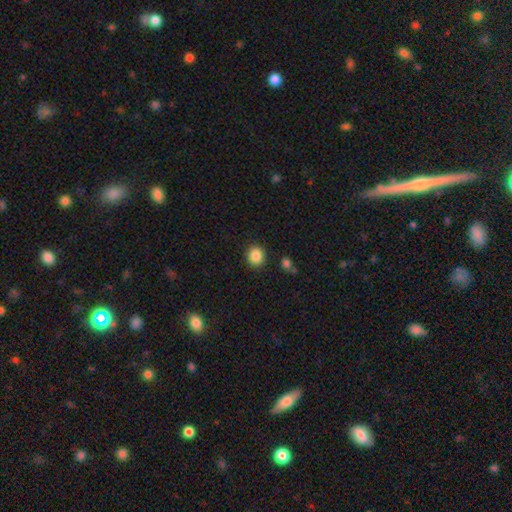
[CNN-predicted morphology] Q: Smooth or featured?
A: smooth (87%); runner-up: star or artifact (9%)
Q: How rounded?
A: round (79%); runner-up: in between (20%)
Q: Merging?
A: none (89%); runner-up: minor disturbance (7%)